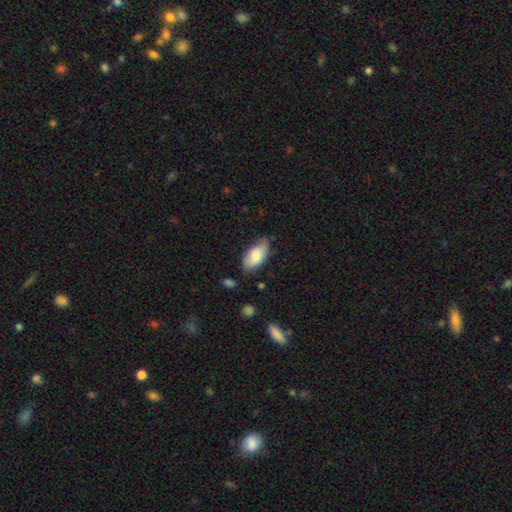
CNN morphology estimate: Smooth or featured: smooth — 77% (featured or disk — 16%)
How rounded: in between — 92% (cigar-shaped — 6%)
Merging: none — 64% (minor disturbance — 29%)